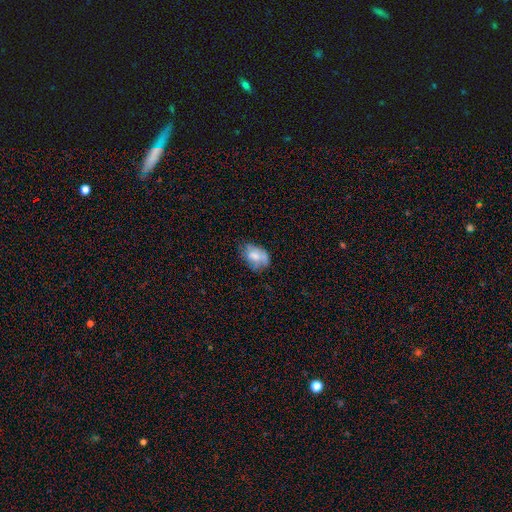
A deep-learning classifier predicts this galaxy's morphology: Q: Smooth or featured?
A: smooth (68%); runner-up: featured or disk (23%)
Q: How rounded?
A: in between (82%); runner-up: round (17%)
Q: Merging?
A: none (49%); runner-up: minor disturbance (33%)